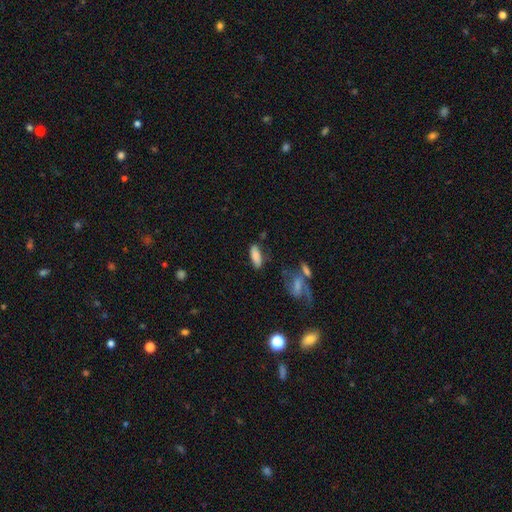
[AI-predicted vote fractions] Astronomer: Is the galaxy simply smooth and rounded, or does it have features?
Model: smooth — 82%.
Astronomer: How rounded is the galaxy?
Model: in between — 70%.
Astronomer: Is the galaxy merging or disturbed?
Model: none — 69%.